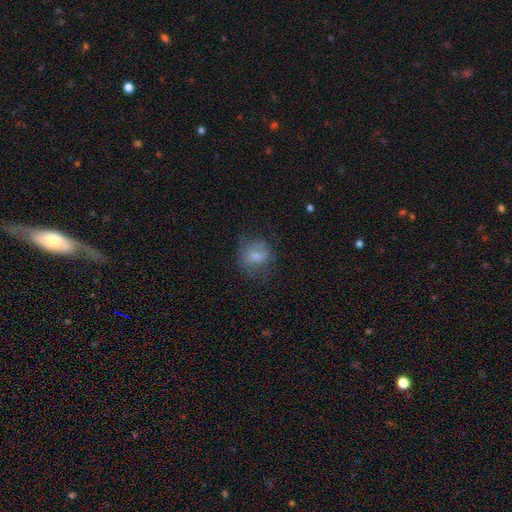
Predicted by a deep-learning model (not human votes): This appears to be a smooth galaxy with no disk features (65%) that is round (67%). Merging: none (56%).